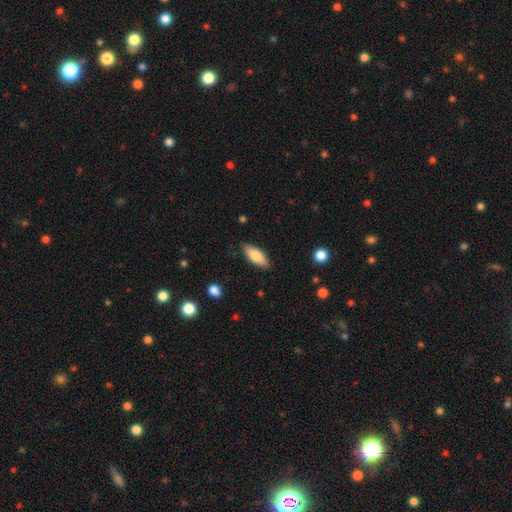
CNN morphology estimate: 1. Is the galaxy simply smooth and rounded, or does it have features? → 79% smooth, 15% featured or disk, 6% star or artifact.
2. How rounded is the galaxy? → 72% in between, 26% cigar-shaped, 2% round.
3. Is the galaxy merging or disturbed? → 87% none, 10% minor disturbance, 2% major disturbance, 1% merger.